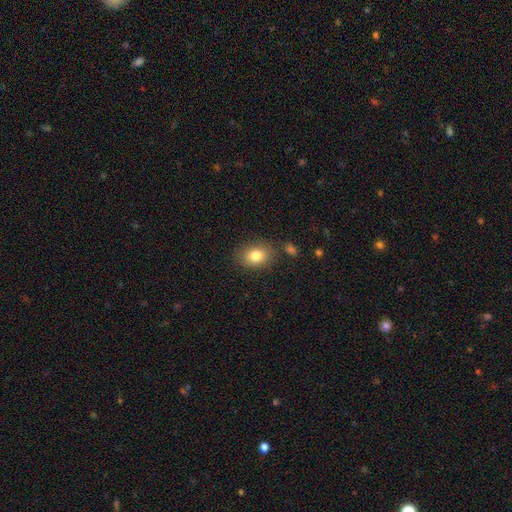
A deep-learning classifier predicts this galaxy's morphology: The model was most divided on "how rounded": in between: 66%, round: 33%, cigar-shaped: 1%. More confident: smooth or featured — smooth (83%); merging — none (80%).